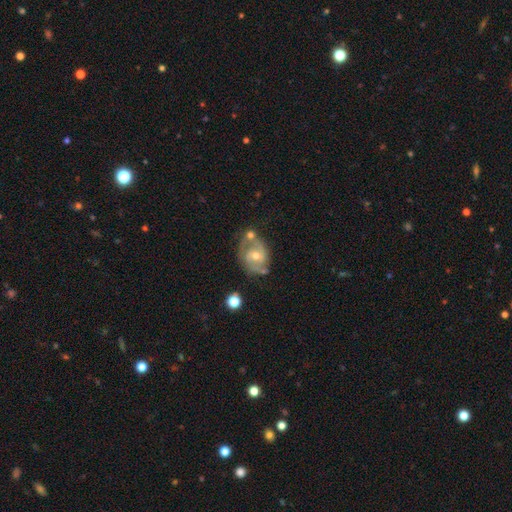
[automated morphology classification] featured or disk 78%, smooth 15%, star or artifact 7%. Down the decision tree: edge-on disk — no (97%); bar — no (55%); spiral arms — yes (88%); spiral arm count — 2 (75%); spiral winding — medium (47%); bulge size — moderate (56%); merging — none (50%).